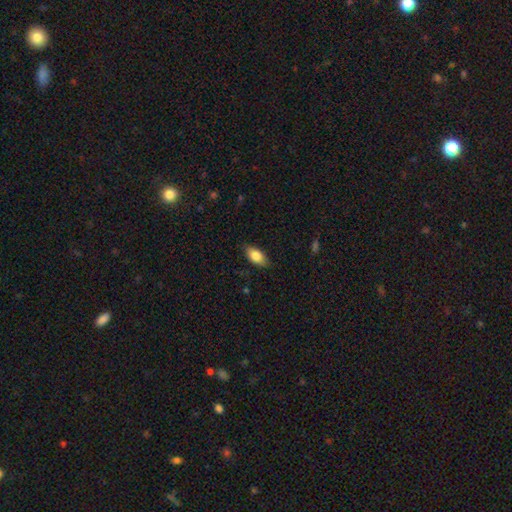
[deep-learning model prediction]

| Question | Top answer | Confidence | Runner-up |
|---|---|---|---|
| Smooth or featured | smooth | 82% | featured or disk (11%) |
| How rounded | in between | 90% | cigar-shaped (6%) |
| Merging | none | 83% | minor disturbance (13%) |